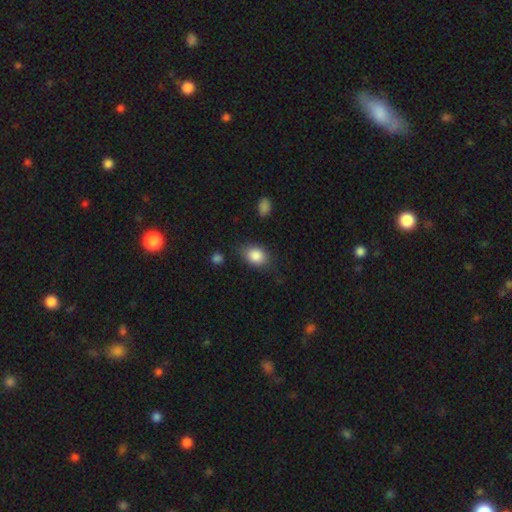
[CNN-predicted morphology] The model was most divided on "how rounded": in between: 65%, round: 34%, cigar-shaped: 1%. More confident: smooth or featured — smooth (85%); merging — none (73%).